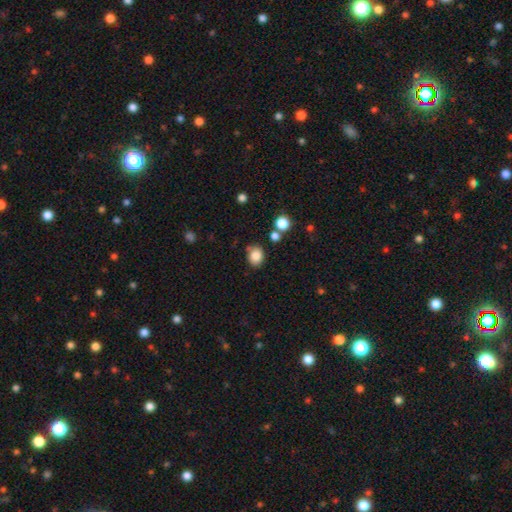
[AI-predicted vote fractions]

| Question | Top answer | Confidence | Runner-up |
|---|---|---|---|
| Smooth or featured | smooth | 85% | star or artifact (10%) |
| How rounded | round | 55% | in between (44%) |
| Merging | none | 76% | minor disturbance (15%) |